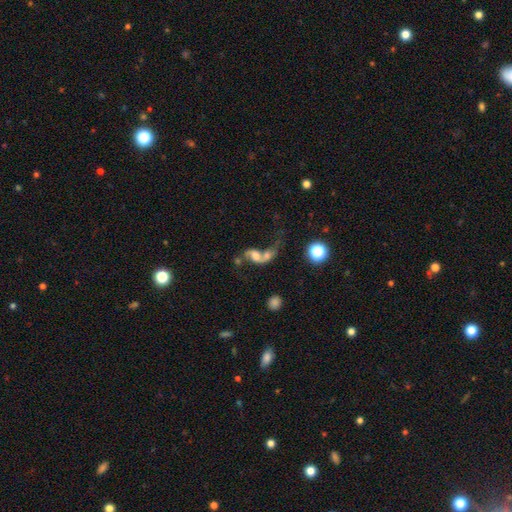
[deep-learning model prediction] Q: Smooth or featured?
A: featured or disk (57%); runner-up: smooth (31%)
Q: Edge-on disk?
A: no (96%); runner-up: yes (4%)
Q: Bar?
A: no (61%); runner-up: weak (29%)
Q: Spiral arms?
A: yes (77%); runner-up: no (23%)
Q: Bulge size?
A: moderate (31%); runner-up: large (25%)
Q: Merging?
A: merger (57%); runner-up: none (17%)